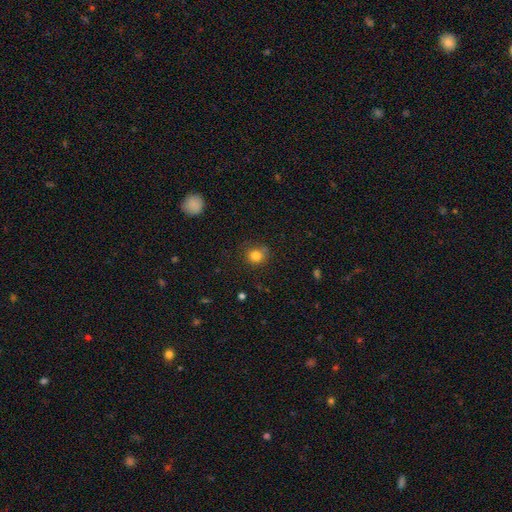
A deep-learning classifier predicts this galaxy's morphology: smooth 82%, star or artifact 12%, featured or disk 6%. Down the decision tree: how rounded — round (86%); merging — none (75%).